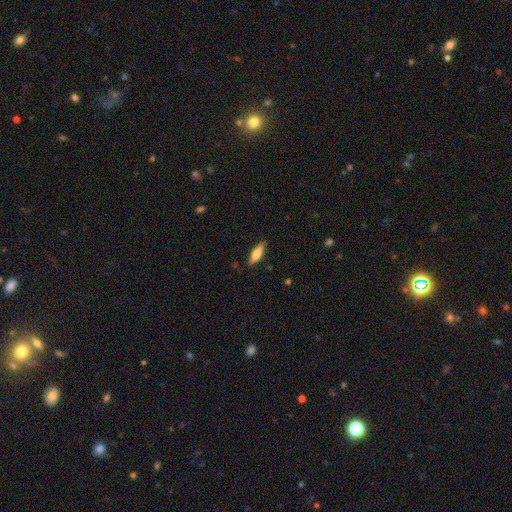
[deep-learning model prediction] Overall: smooth (64%; featured or disk 30%). How rounded: cigar-shaped (61%; in between 37%). Merging: none (85%).